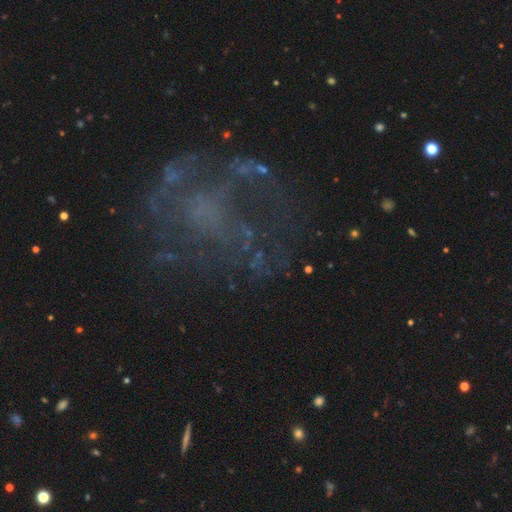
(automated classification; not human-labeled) The model was most divided on "merging": none: 51%, major disturbance: 30%, minor disturbance: 15%, merger: 4%. More confident: edge-on disk — no (97%); bar — no (84%); bulge size — none (65%); spiral arms — no (63%); smooth or featured — featured or disk (58%).